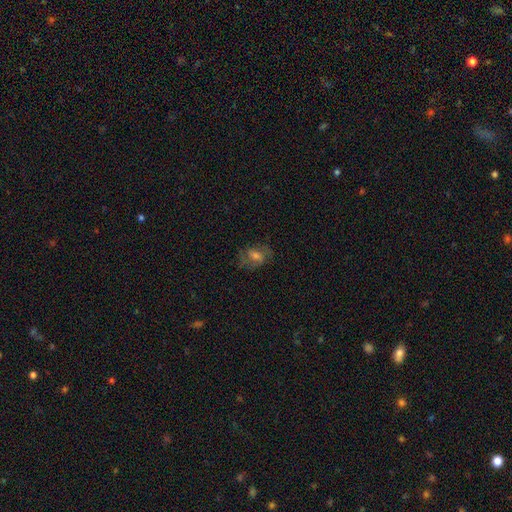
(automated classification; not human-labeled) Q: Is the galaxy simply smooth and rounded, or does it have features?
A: featured or disk — 47%.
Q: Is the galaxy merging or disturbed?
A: none — 67%.